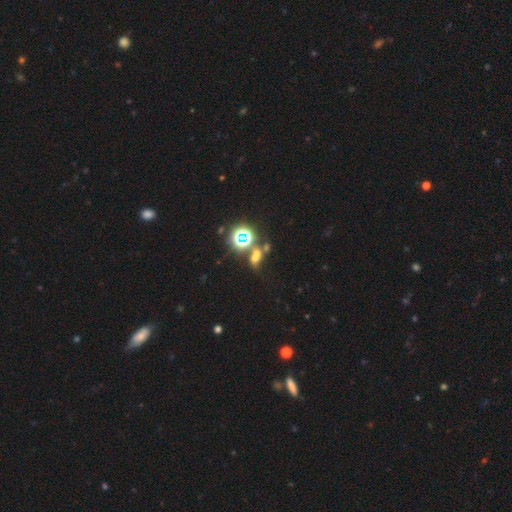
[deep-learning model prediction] star or artifact 44%, smooth 43%, featured or disk 14%.